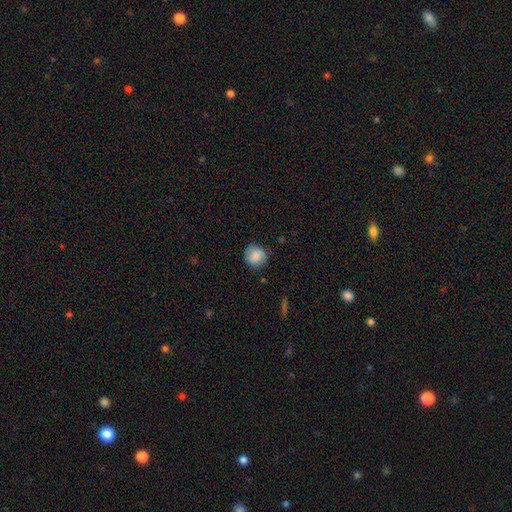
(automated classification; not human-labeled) This is likely a smooth galaxy (77%). How rounded: clearly round (87%). Merging: likely none (79%).